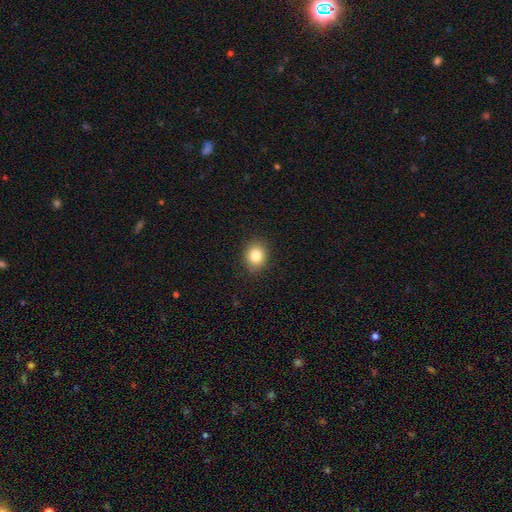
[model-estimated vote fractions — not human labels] The model was most divided on "how rounded": round: 61%, in between: 38%, cigar-shaped: 1%. More confident: merging — none (87%); smooth or featured — smooth (83%).